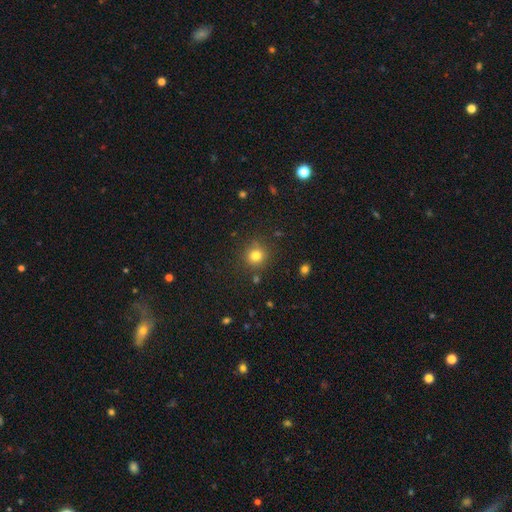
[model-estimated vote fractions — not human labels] smooth 79%, star or artifact 14%, featured or disk 7%. Down the decision tree: how rounded — round (92%); merging — none (84%).